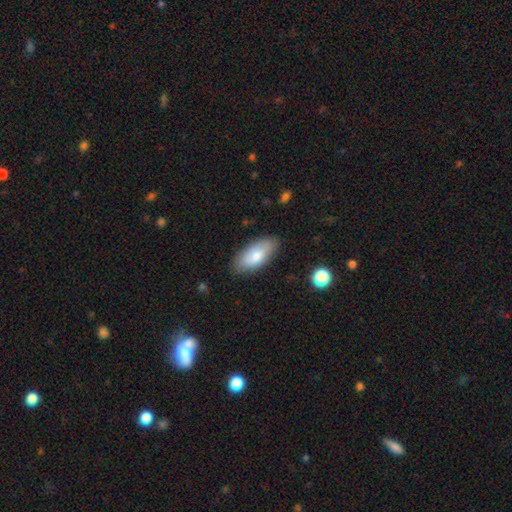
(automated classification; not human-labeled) Q: Smooth or featured?
A: smooth (77%); runner-up: featured or disk (17%)
Q: How rounded?
A: in between (87%); runner-up: cigar-shaped (11%)
Q: Merging?
A: none (82%); runner-up: minor disturbance (13%)